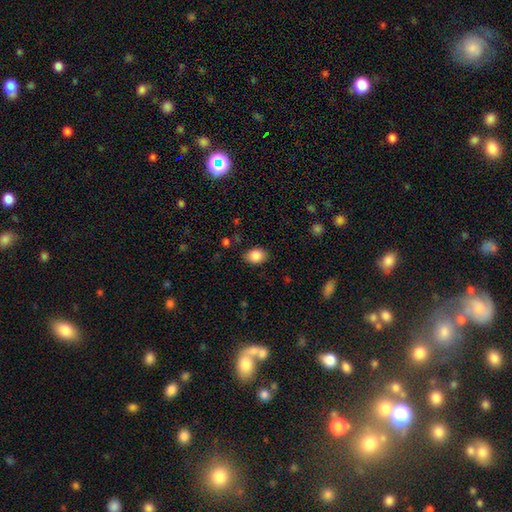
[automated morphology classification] Overall: smooth (87%). How rounded: in between (68%; round 31%). Merging: none (83%).